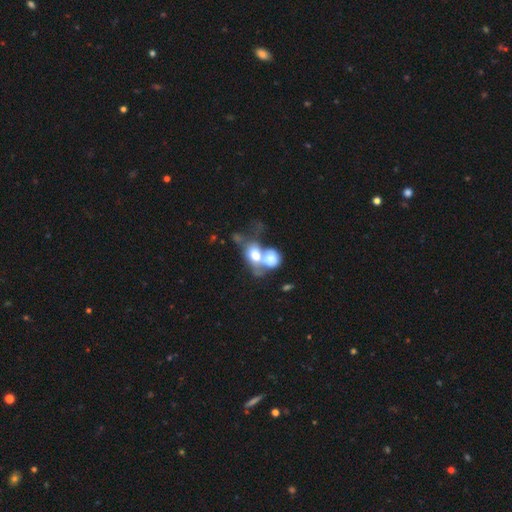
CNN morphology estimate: type=smooth (63%); roundness=in between (54%); merging=merger (70%).